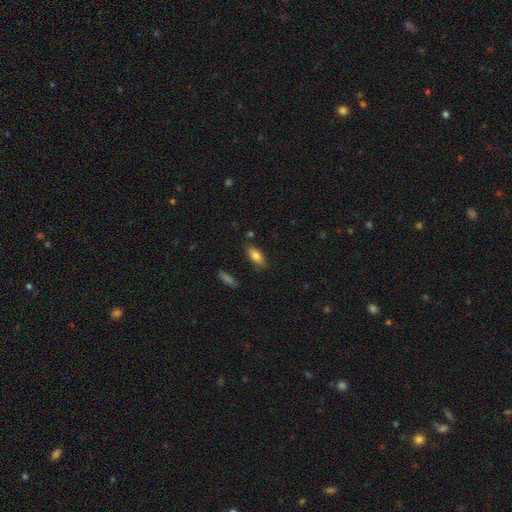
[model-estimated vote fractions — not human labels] Smooth or featured? Predicted: smooth (p=0.82). How rounded? Predicted: in between (p=0.81). Merging? Predicted: none (p=0.81).